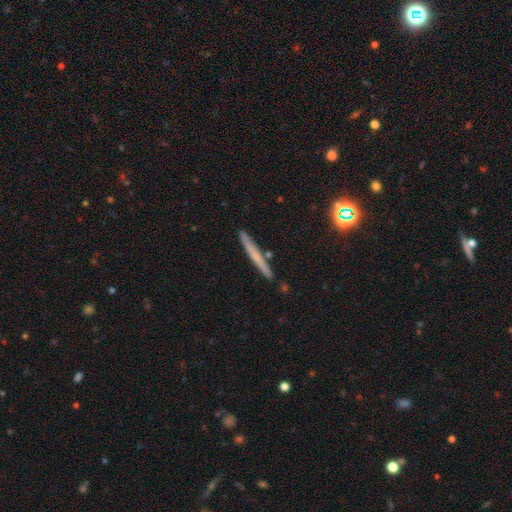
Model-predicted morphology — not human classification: The model was most divided on "smooth or featured": smooth: 52%, featured or disk: 39%, star or artifact: 9%. More confident: how rounded — cigar-shaped (96%); merging — none (89%).